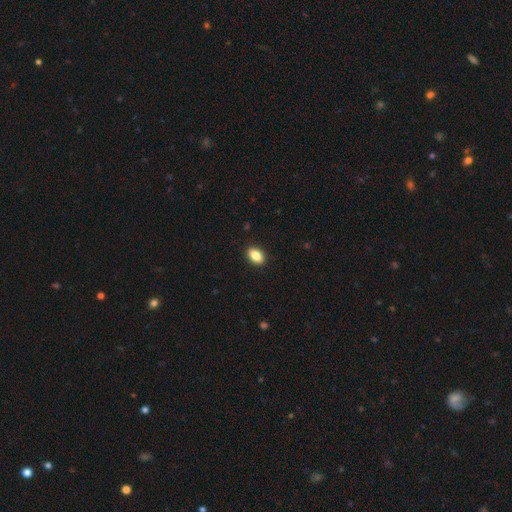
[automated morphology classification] A smooth galaxy with no disk features (85%) that is in between round and cigar-shaped (85%).

Vote fractions:
- Smooth or featured? smooth: 85% / star or artifact: 8% / featured or disk: 7%
- How rounded? in between: 85% / round: 14% / cigar-shaped: 2%
- Merging? none: 91% / minor disturbance: 7% / major disturbance: 2% / merger: 1%